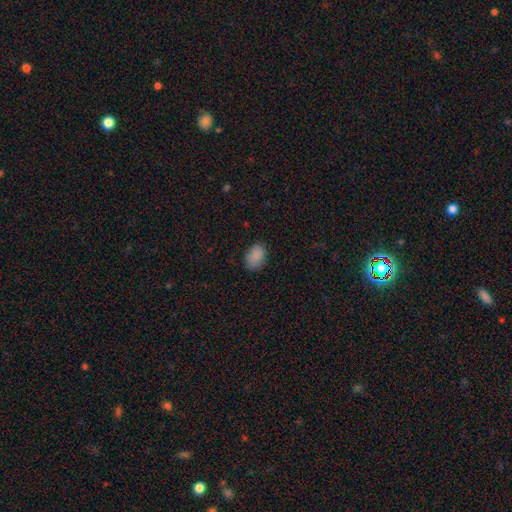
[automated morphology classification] type=smooth (87%); roundness=in between (83%); merging=none (80%).